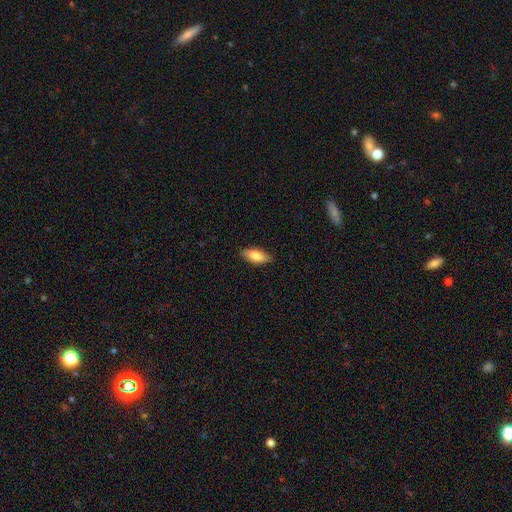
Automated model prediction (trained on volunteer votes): This appears to be a smooth galaxy with no disk features (80%) that is in between round and cigar-shaped (78%). Merging: none (86%).